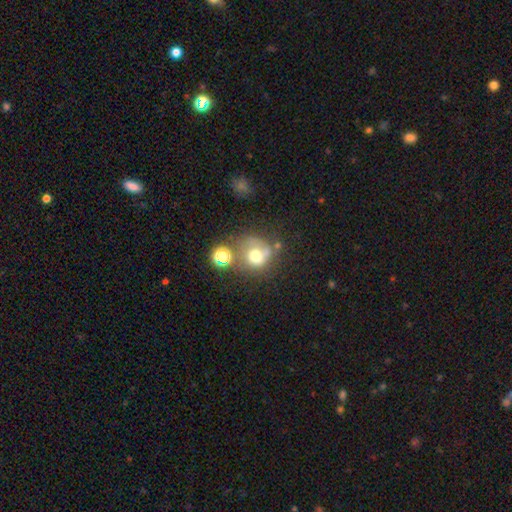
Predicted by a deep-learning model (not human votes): smooth-or-featured: smooth: 61% | featured or disk: 24% | star or artifact: 15%
  how-rounded: round: 81% | in between: 18% | cigar-shaped: 1%
  merging: none: 41% | merger: 24% | minor disturbance: 19% | major disturbance: 16%